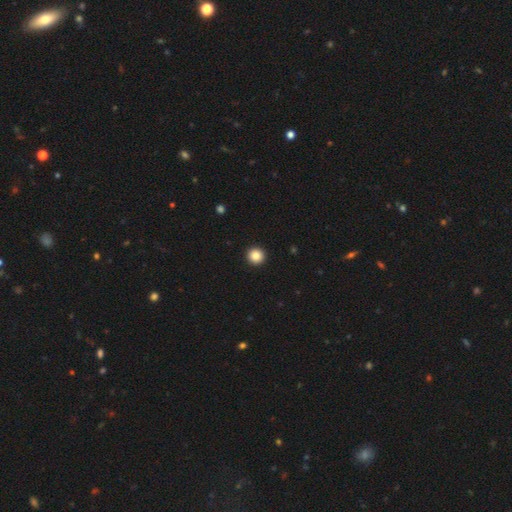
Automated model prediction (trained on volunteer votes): smooth_or_featured: smooth (p=0.86) [alt: star or artifact p=0.10]
how_rounded: round (p=0.96) [alt: in between p=0.03]
merging: none (p=0.94) [alt: minor disturbance p=0.04]